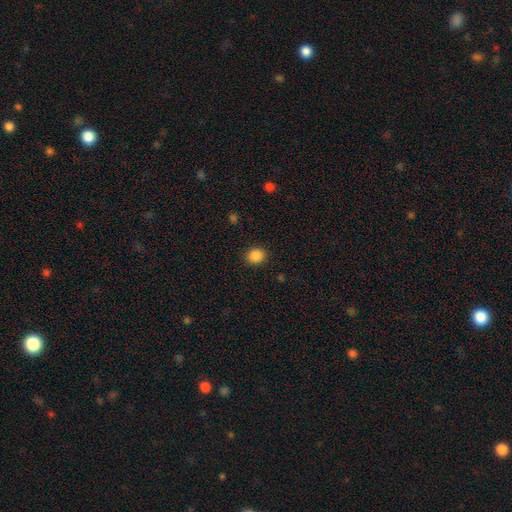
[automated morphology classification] Smooth or featured? Predicted: smooth (p=0.88). How rounded? Predicted: round (p=0.72). Merging? Predicted: none (p=0.90).